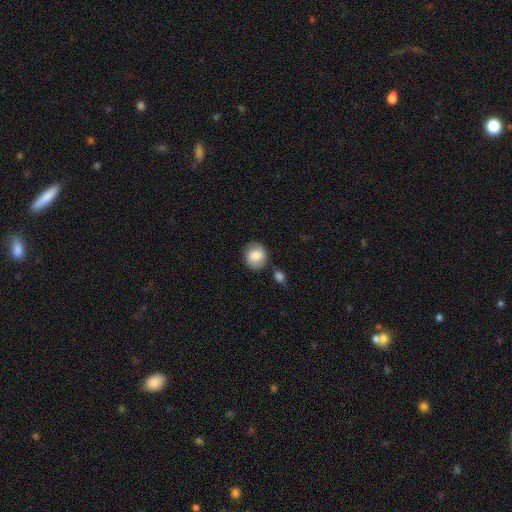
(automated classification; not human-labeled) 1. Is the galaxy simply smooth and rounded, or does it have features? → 80% smooth, 13% featured or disk, 7% star or artifact.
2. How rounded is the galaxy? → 71% round, 28% in between, 1% cigar-shaped.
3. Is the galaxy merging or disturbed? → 73% none, 15% minor disturbance, 7% merger, 4% major disturbance.